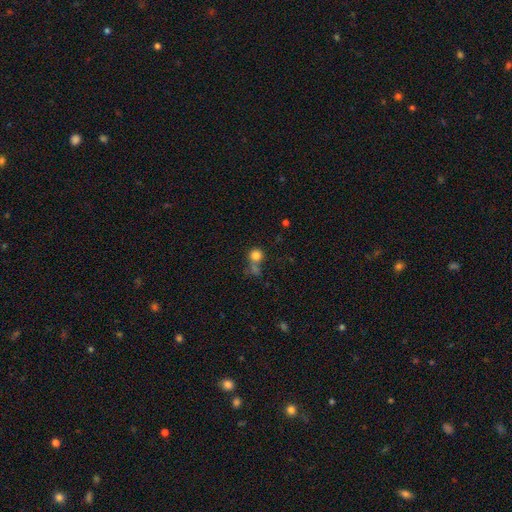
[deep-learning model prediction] Smooth or featured: smooth — 80% (star or artifact — 12%)
How rounded: round — 89% (in between — 10%)
Merging: none — 50% (merger — 30%)